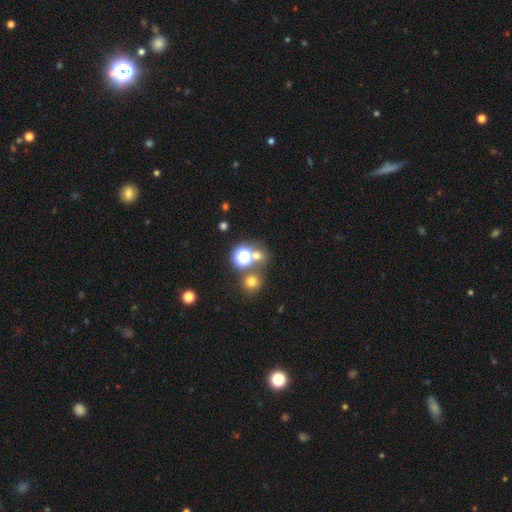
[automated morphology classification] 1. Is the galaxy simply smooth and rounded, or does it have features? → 56% smooth, 35% star or artifact, 9% featured or disk.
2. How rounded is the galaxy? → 82% round, 17% in between, 1% cigar-shaped.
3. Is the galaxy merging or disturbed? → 63% none, 24% merger, 8% minor disturbance, 5% major disturbance.